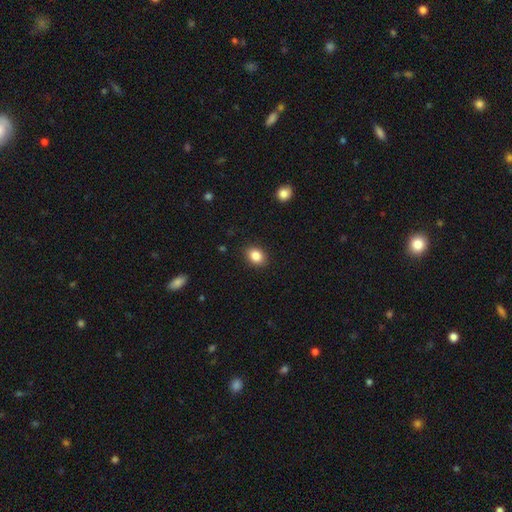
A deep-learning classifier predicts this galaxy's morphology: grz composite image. It shows a smooth galaxy with no disk features (86%) that is in between round and cigar-shaped (61%). Merging: none (89%).